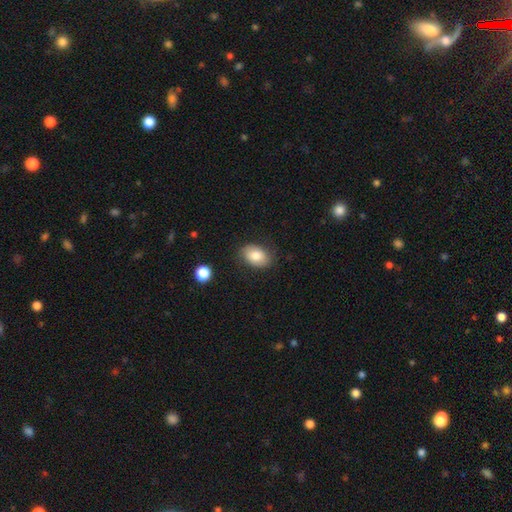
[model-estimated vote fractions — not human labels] Smooth or featured? smooth (81%)
How rounded? in between (83%)
Merging? none (81%)